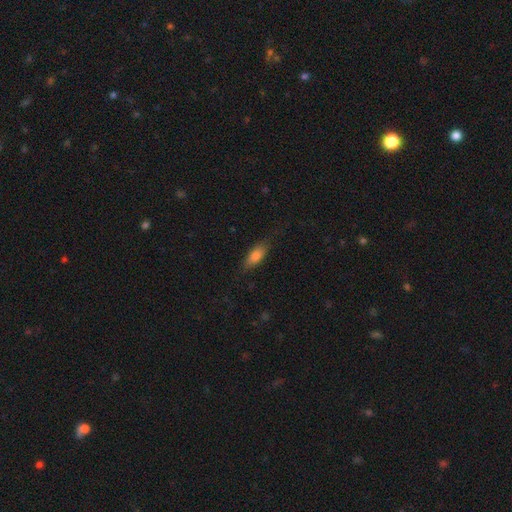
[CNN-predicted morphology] A smooth galaxy with no disk features (81%) that is in between round and cigar-shaped (77%). Merging: none (77%).